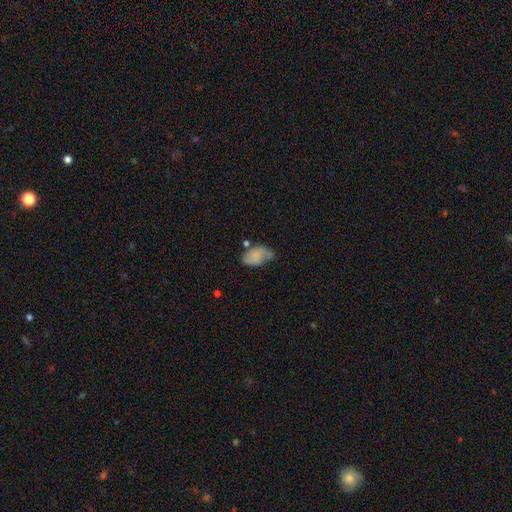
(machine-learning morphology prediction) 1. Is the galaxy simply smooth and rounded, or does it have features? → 74% smooth, 17% featured or disk, 9% star or artifact.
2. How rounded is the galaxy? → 90% in between, 8% round, 2% cigar-shaped.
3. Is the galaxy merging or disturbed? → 38% minor disturbance, 34% none, 18% major disturbance, 10% merger.